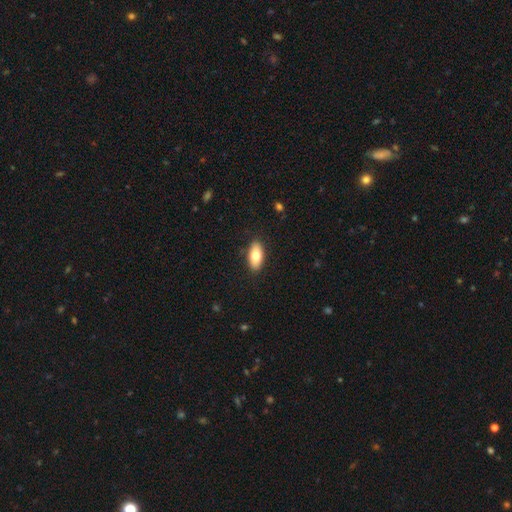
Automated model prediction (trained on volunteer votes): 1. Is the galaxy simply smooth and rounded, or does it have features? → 78% smooth, 16% featured or disk, 6% star or artifact.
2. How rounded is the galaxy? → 89% in between, 8% cigar-shaped, 3% round.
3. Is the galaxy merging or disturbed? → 88% none, 9% minor disturbance, 2% major disturbance, 1% merger.